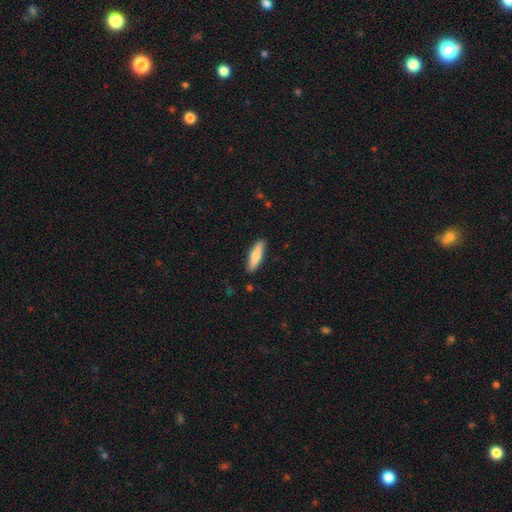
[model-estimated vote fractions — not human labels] A smooth galaxy with no disk features (72%) that is cigar-shaped (67%).

Vote fractions:
- Smooth or featured? smooth: 72% / featured or disk: 23% / star or artifact: 5%
- How rounded? cigar-shaped: 67% / in between: 32% / round: 2%
- Merging? none: 88% / minor disturbance: 9% / major disturbance: 2% / merger: 1%